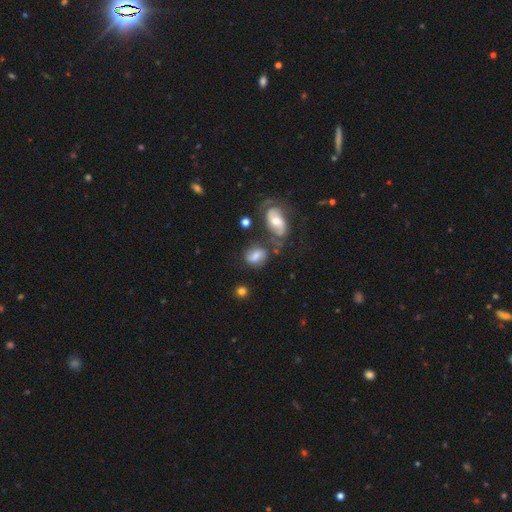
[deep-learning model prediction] Overall: smooth (53%; featured or disk 35%). How rounded: in between (66%; round 32%). Merging: none (50%; minor disturbance 21%).